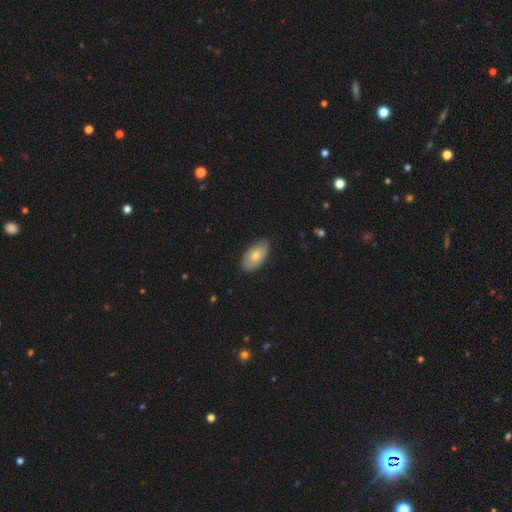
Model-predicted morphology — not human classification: Smooth or featured: smooth — 75% (featured or disk — 19%)
How rounded: in between — 93% (round — 4%)
Merging: none — 79% (minor disturbance — 17%)